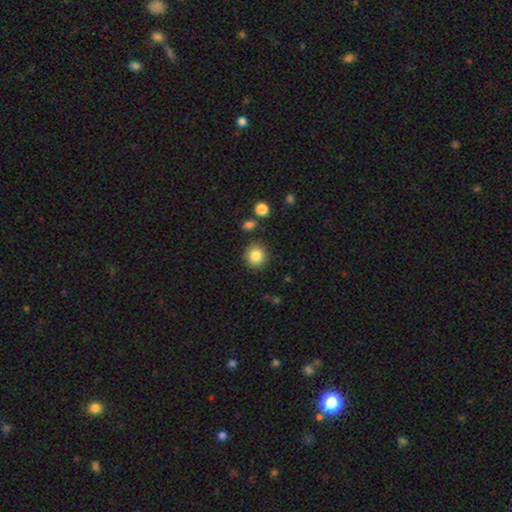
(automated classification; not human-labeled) Smooth or featured: smooth — 84% (star or artifact — 10%)
How rounded: round — 89% (in between — 10%)
Merging: none — 88% (minor disturbance — 7%)